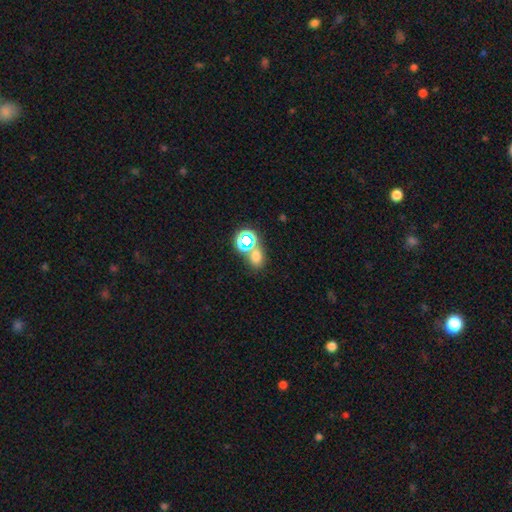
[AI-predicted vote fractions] This is likely a smooth galaxy (61%). How rounded: possibly round (51%). Merging: possibly none (55%).